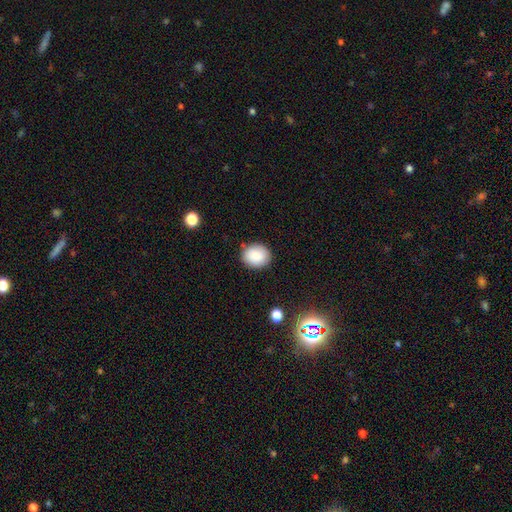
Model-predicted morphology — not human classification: Smooth or featured? smooth (87%)
How rounded? round (60%)
Merging? none (86%)